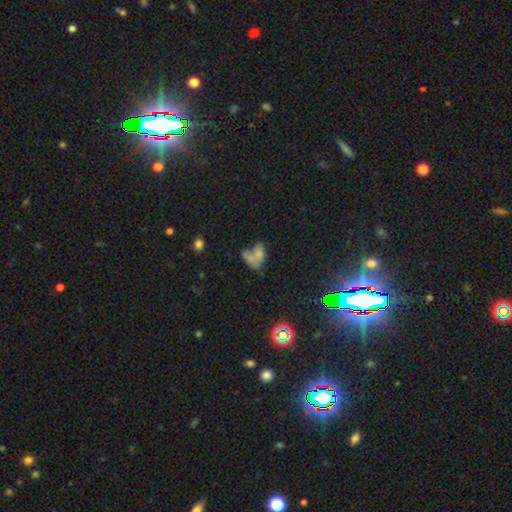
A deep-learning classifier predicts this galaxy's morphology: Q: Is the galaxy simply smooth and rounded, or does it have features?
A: smooth — 53%.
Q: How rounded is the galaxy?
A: in between — 80%.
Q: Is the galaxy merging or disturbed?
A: merger — 46%.